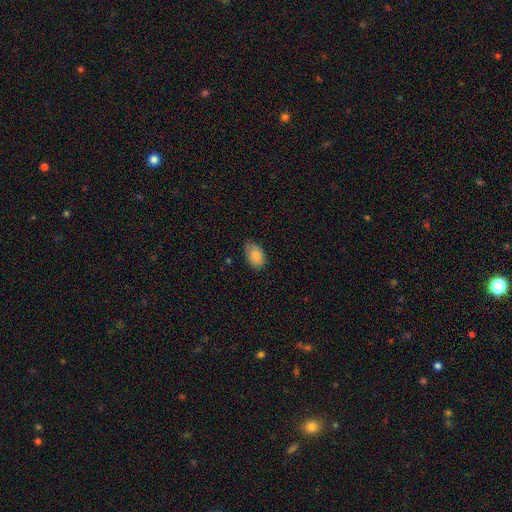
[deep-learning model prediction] This appears to be a smooth galaxy with no disk features (86%) that is in between round and cigar-shaped (90%). Merging: none (71%).